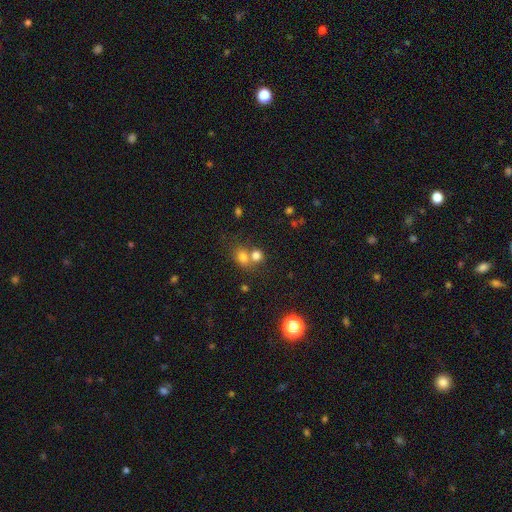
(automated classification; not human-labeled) Smooth or featured? Predicted: smooth (p=0.74). How rounded? Predicted: round (p=0.67). Merging? Predicted: merger (p=0.51).